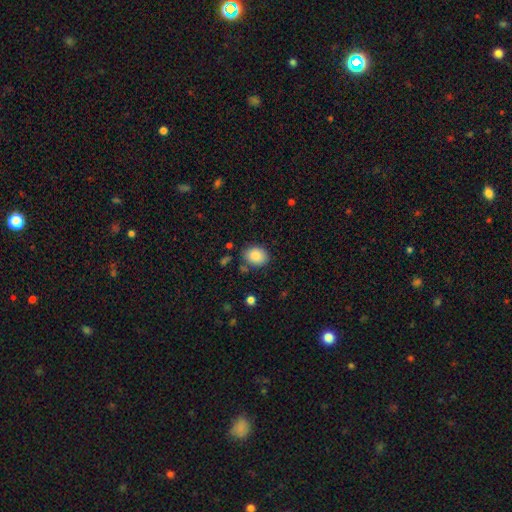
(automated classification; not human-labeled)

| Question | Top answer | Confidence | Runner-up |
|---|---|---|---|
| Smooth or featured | smooth | 86% | star or artifact (8%) |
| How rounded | in between | 58% | round (41%) |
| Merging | none | 81% | minor disturbance (13%) |